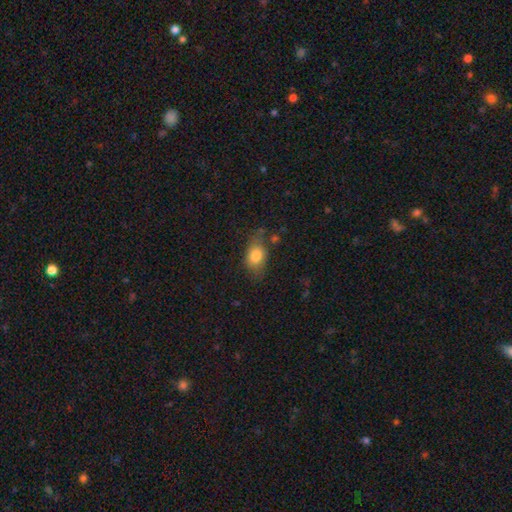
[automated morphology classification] smooth_or_featured: smooth (p=0.79) [alt: featured or disk p=0.12]
how_rounded: in between (p=0.75) [alt: round p=0.22]
merging: none (p=0.62) [alt: minor disturbance p=0.26]